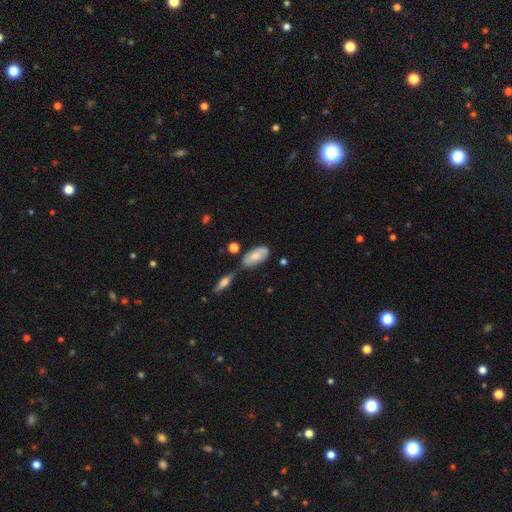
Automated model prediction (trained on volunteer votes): Smooth or featured? Predicted: smooth (p=0.70). How rounded? Predicted: in between (p=0.88). Merging? Predicted: none (p=0.53).